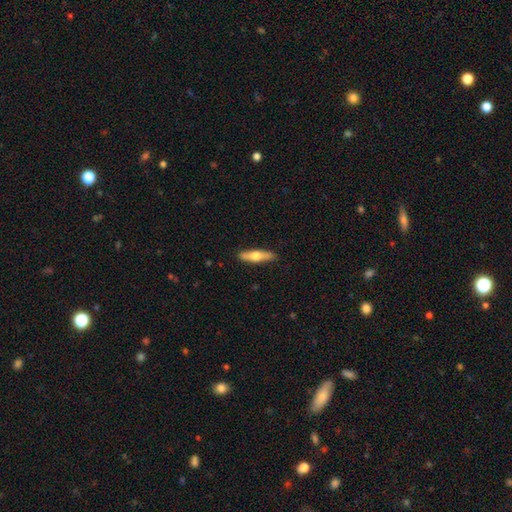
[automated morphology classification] type=smooth (53%); roundness=cigar-shaped (74%); merging=none (89%).